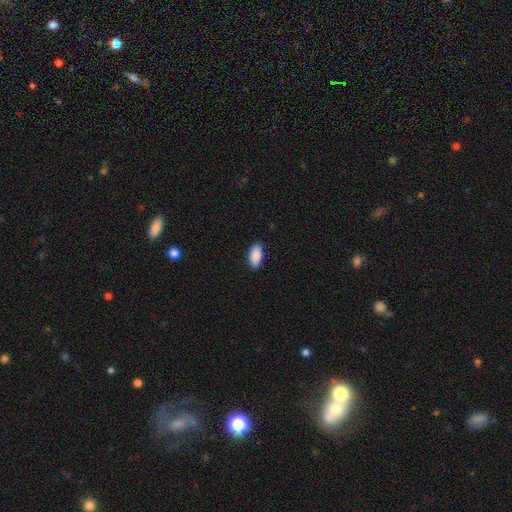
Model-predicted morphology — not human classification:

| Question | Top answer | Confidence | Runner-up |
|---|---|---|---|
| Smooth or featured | smooth | 90% | star or artifact (6%) |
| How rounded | in between | 93% | cigar-shaped (5%) |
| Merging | none | 89% | minor disturbance (8%) |